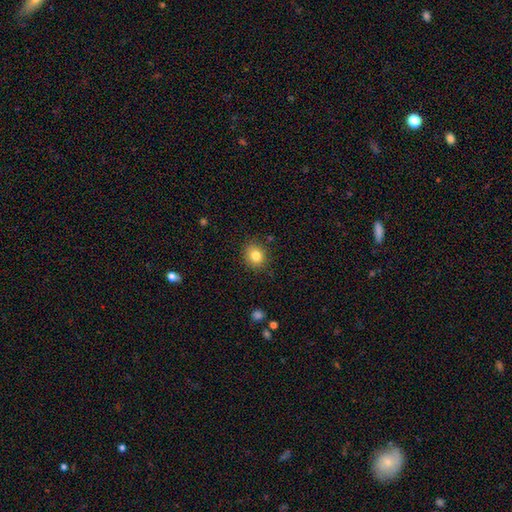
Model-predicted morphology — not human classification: The model was most divided on "how rounded": round: 77%, in between: 23%, cigar-shaped: 1%. More confident: merging — none (86%); smooth or featured — smooth (83%).